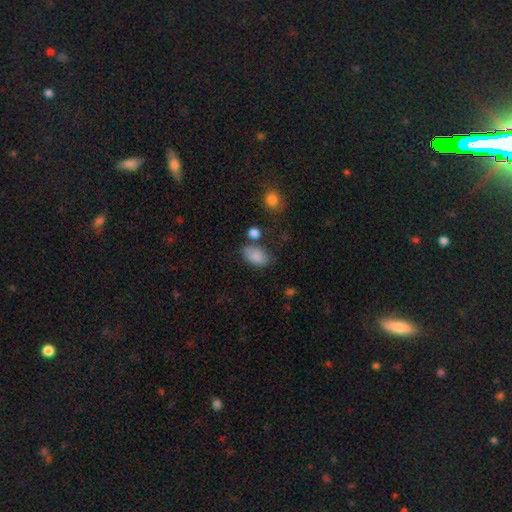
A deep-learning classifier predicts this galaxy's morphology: Smooth or featured?
  - smooth: 85% *
  - star or artifact: 9%
  - featured or disk: 7%
How rounded?
  - in between: 90% *
  - round: 8%
  - cigar-shaped: 2%
Merging?
  - none: 60% *
  - minor disturbance: 23%
  - merger: 9%
  - major disturbance: 8%